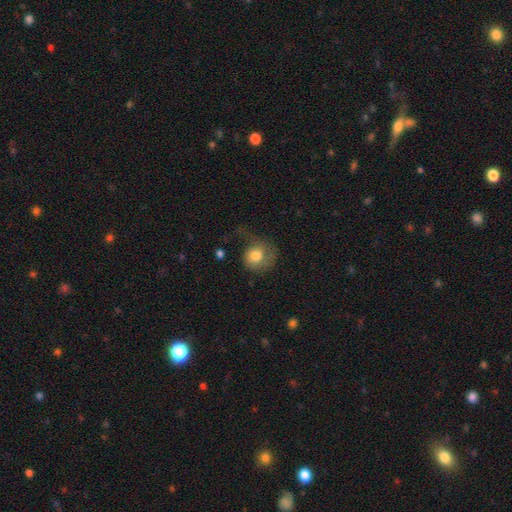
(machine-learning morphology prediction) Smooth or featured?
  - smooth: 72% *
  - featured or disk: 20%
  - star or artifact: 8%
How rounded?
  - round: 75% *
  - in between: 24%
  - cigar-shaped: 1%
Merging?
  - major disturbance: 40% *
  - none: 32%
  - minor disturbance: 25%
  - merger: 3%